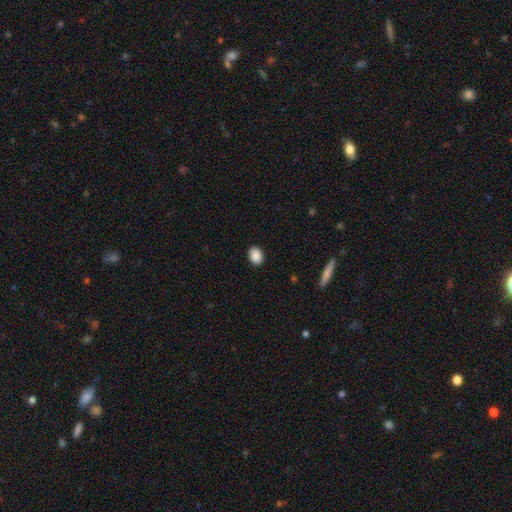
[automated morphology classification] smooth-or-featured: smooth: 89% | star or artifact: 7% | featured or disk: 4%
  how-rounded: in between: 73% | round: 25% | cigar-shaped: 1%
  merging: none: 90% | minor disturbance: 7% | major disturbance: 2% | merger: 1%